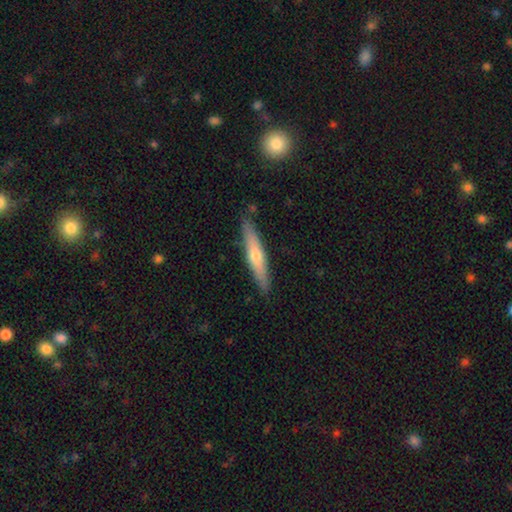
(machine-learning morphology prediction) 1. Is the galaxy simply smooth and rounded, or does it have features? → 48% smooth, 46% featured or disk, 6% star or artifact.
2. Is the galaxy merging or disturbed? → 87% none, 10% minor disturbance, 2% major disturbance, 2% merger.